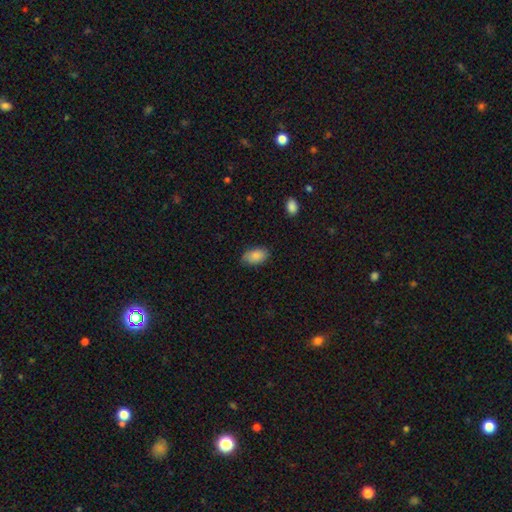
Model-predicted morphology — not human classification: Smooth or featured? smooth (87%)
How rounded? in between (94%)
Merging? none (81%)